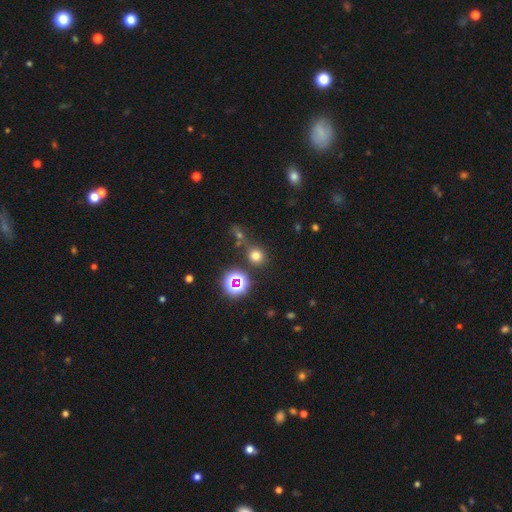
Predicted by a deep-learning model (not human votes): Smooth or featured? Predicted: smooth (p=0.67). How rounded? Predicted: round (p=0.87). Merging? Predicted: none (p=0.75).